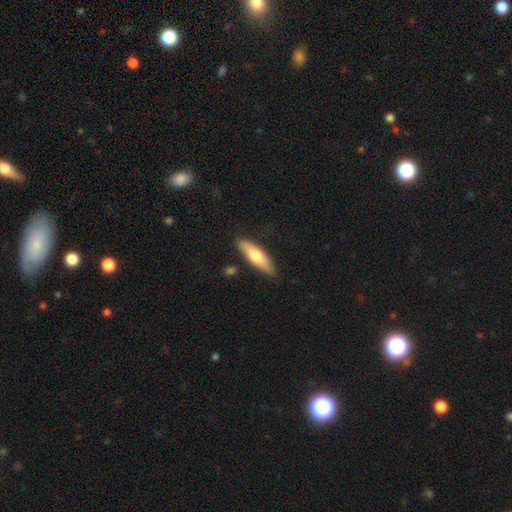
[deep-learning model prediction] The model was most divided on "how rounded": cigar-shaped: 56%, in between: 42%, round: 2%. More confident: merging — none (82%); smooth or featured — smooth (66%).